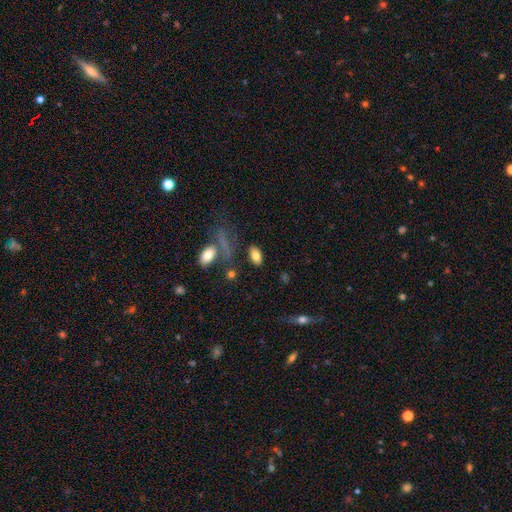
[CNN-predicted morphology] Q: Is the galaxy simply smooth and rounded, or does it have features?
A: smooth — 80%.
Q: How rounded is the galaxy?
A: in between — 91%.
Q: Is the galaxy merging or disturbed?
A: none — 78%.